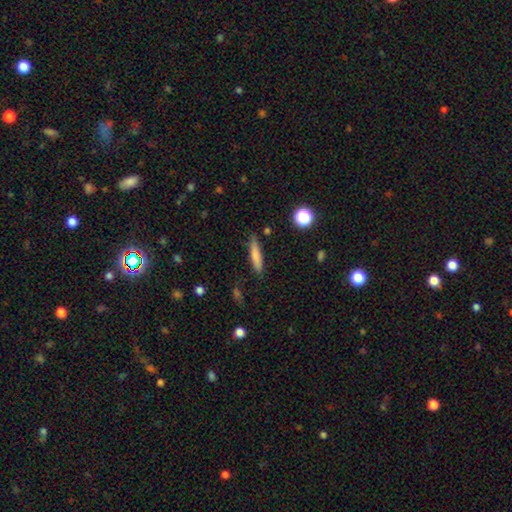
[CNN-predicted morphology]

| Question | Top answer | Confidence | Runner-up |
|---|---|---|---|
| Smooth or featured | smooth | 78% | featured or disk (14%) |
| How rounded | cigar-shaped | 84% | in between (14%) |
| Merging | none | 81% | minor disturbance (14%) |